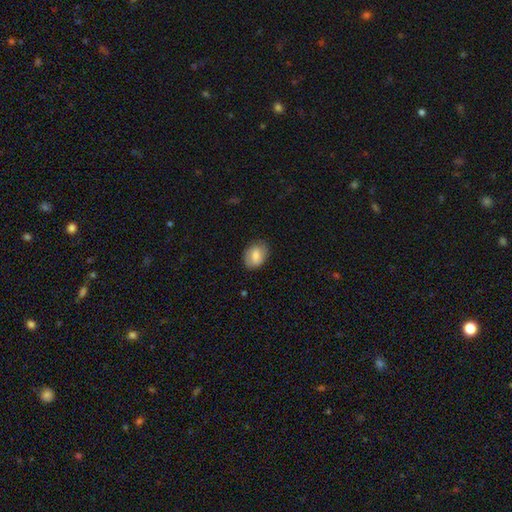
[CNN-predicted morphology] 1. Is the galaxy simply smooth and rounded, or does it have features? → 73% smooth, 20% featured or disk, 7% star or artifact.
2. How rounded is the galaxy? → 74% in between, 24% round, 1% cigar-shaped.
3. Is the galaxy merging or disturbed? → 79% none, 16% minor disturbance, 4% major disturbance, 1% merger.